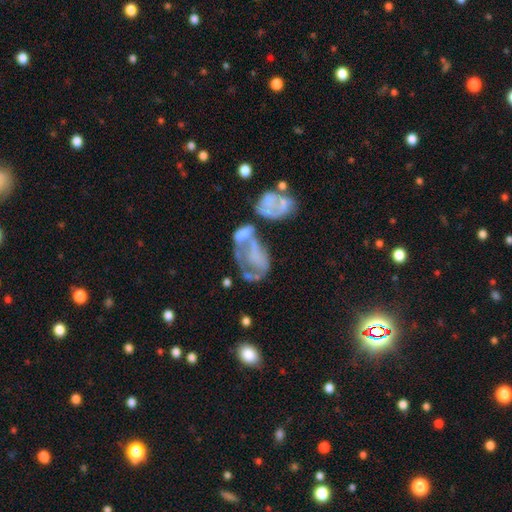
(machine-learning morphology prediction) Overall: featured or disk (55%; smooth 34%). Edge-on disk: no (97%). Bar: no (83%). Spiral arms: no (77%). Bulge size: none (70%). Merging: merger (44%; major disturbance 28%).